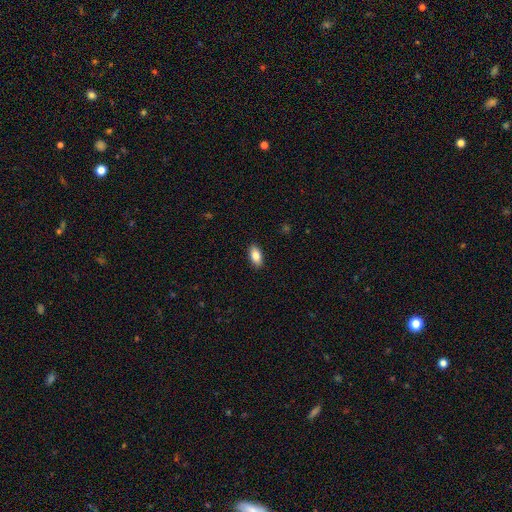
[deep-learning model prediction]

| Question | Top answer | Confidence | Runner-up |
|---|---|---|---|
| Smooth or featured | smooth | 85% | featured or disk (8%) |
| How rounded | in between | 92% | cigar-shaped (5%) |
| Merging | none | 90% | minor disturbance (8%) |